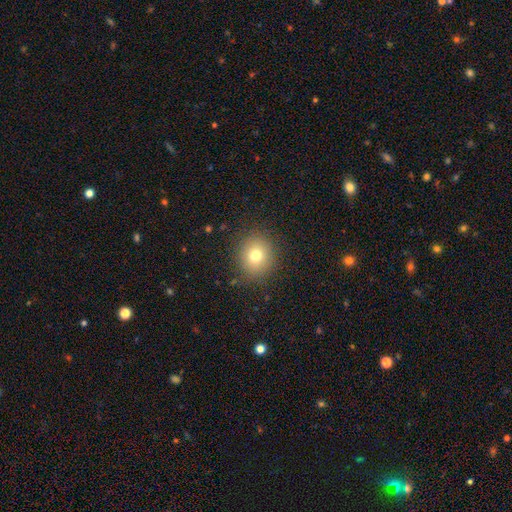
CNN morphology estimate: Overall: smooth (75%). How rounded: round (86%). Merging: none (88%).